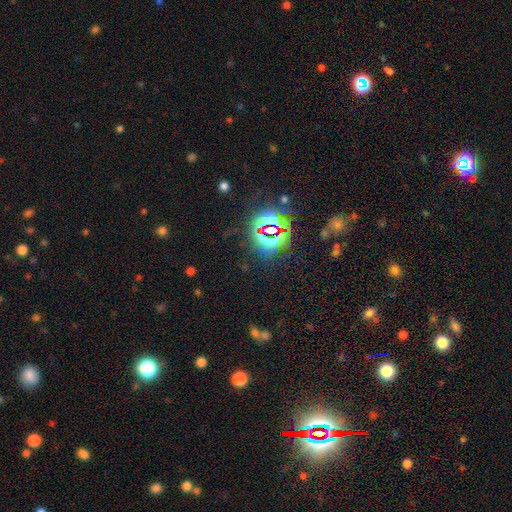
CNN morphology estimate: Overall: star or artifact (82%).